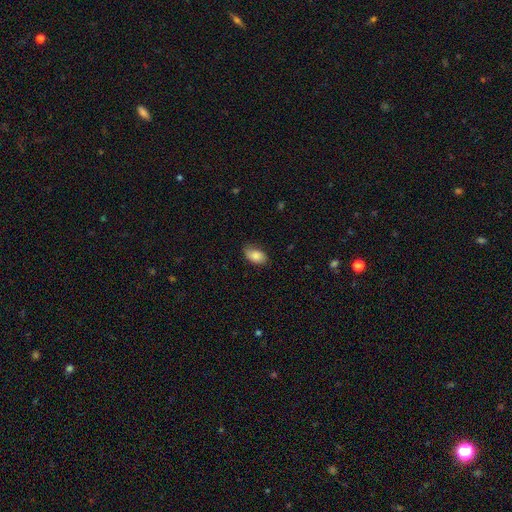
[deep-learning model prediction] Smooth or featured?
  - smooth: 81% *
  - featured or disk: 12%
  - star or artifact: 7%
How rounded?
  - in between: 93% *
  - round: 6%
  - cigar-shaped: 2%
Merging?
  - none: 71% *
  - minor disturbance: 23%
  - major disturbance: 5%
  - merger: 1%